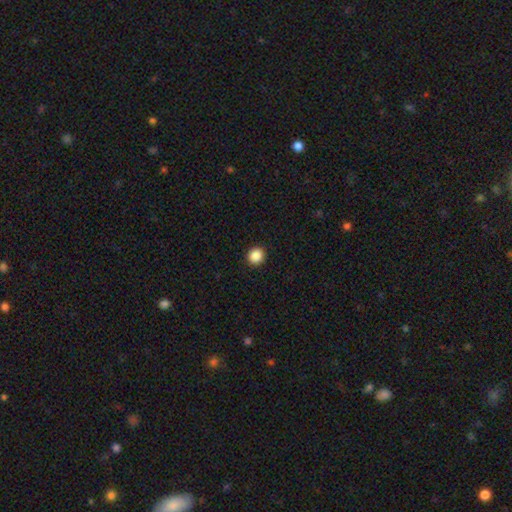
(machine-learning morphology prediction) Smooth or featured? Predicted: smooth (p=0.88). How rounded? Predicted: round (p=0.90). Merging? Predicted: none (p=0.93).